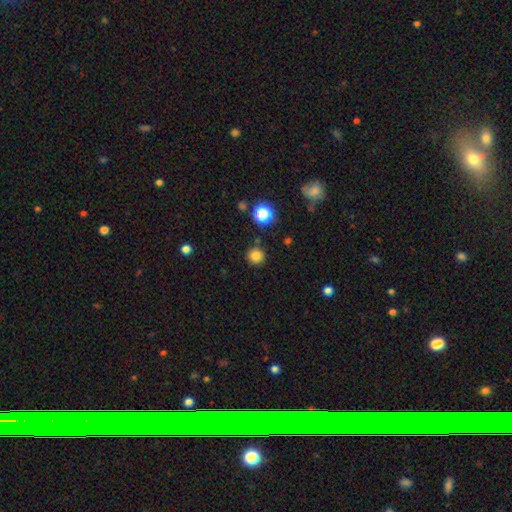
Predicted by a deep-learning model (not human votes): smooth 82%, star or artifact 14%, featured or disk 5%. Down the decision tree: how rounded — round (94%); merging — none (87%).